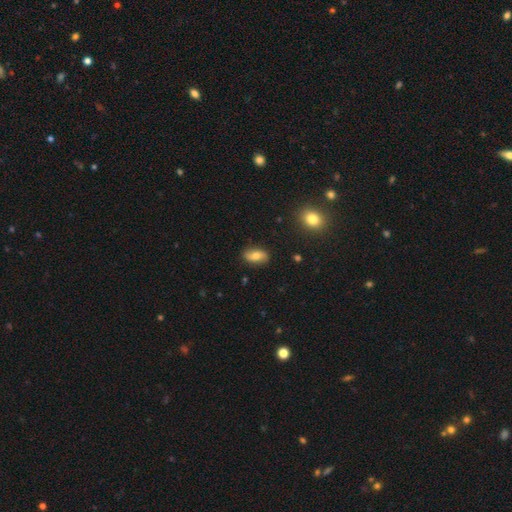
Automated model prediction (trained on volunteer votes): smooth_or_featured: smooth (p=0.70) [alt: featured or disk p=0.22]
how_rounded: in between (p=0.88) [alt: cigar-shaped p=0.07]
merging: none (p=0.85) [alt: minor disturbance p=0.12]